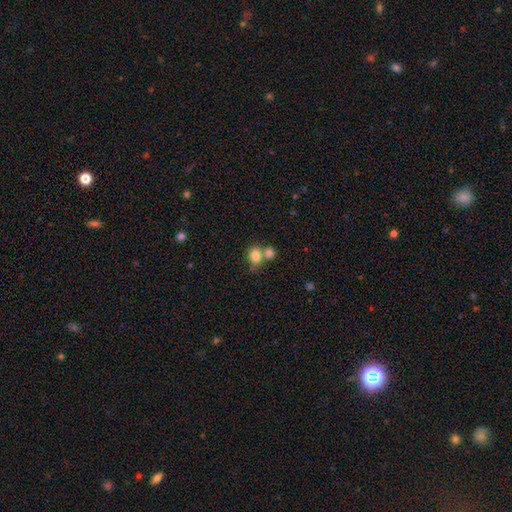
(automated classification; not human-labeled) Smooth or featured? smooth (81%)
How rounded? round (51%)
Merging? merger (44%)